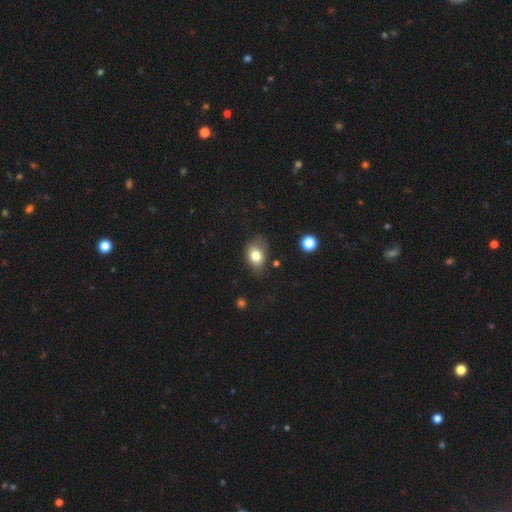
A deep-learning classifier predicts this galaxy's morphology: A smooth galaxy with no disk features (78%) that is in between round and cigar-shaped (75%). Merging: none (68%).